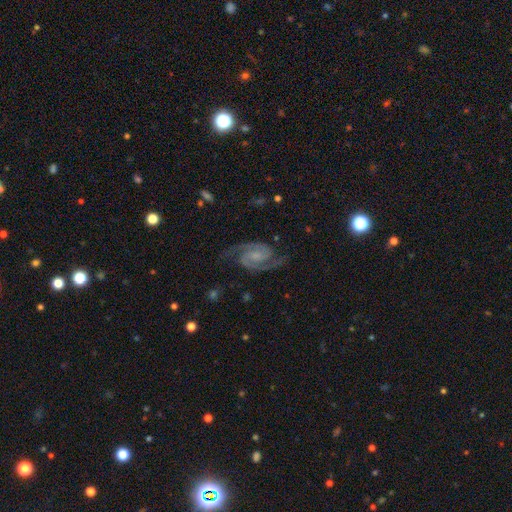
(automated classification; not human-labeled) Morphology: type=featured or disk (92%); edge-on=no (98%); bar=no (48%); spiral arms=yes (99%); winding=medium (60%); arm count=2 (94%); bulge=small (34%); merging=none (80%).